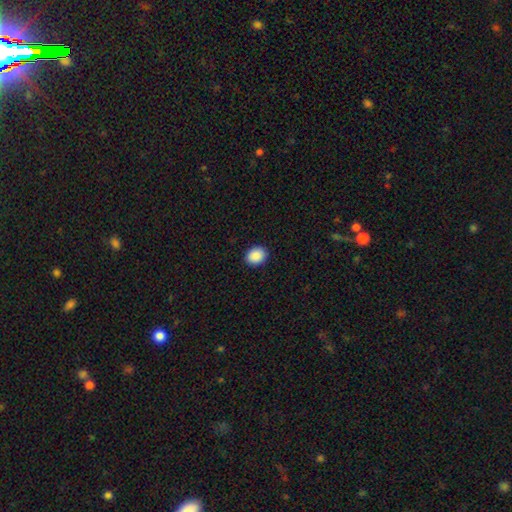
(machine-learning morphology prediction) This appears to be a smooth galaxy with no disk features (90%) that is round (53%). Merging: none (91%).